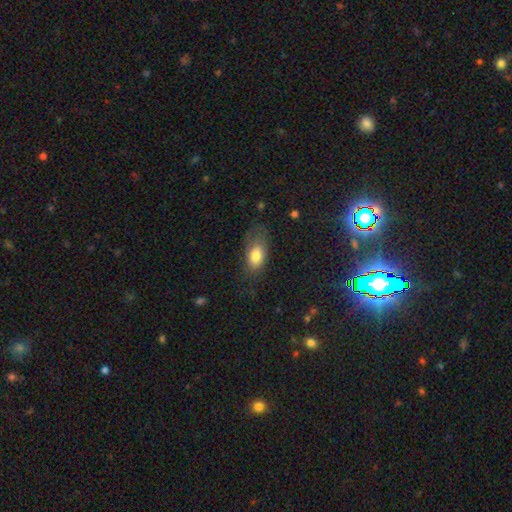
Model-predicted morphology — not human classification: Smooth or featured?
  - smooth: 78% *
  - featured or disk: 14%
  - star or artifact: 8%
How rounded?
  - in between: 89% *
  - round: 7%
  - cigar-shaped: 4%
Merging?
  - none: 55% *
  - minor disturbance: 26%
  - major disturbance: 17%
  - merger: 2%